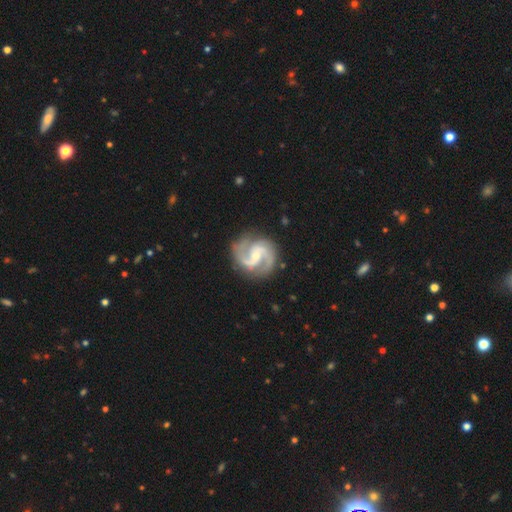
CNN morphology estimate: Smooth or featured? featured or disk (92%)
Edge-on disk? no (98%)
Bar? weak (45%)
Spiral arms? yes (98%)
Spiral winding? medium (65%)
Spiral arm count? 2 (90%)
Bulge size? small (60%)
Merging? none (82%)